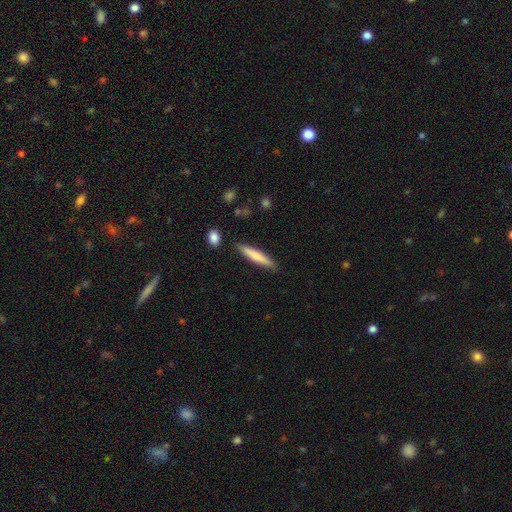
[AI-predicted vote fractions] A smooth galaxy with no disk features (73%) that is cigar-shaped (92%).

Vote fractions:
- Smooth or featured? smooth: 73% / featured or disk: 21% / star or artifact: 6%
- How rounded? cigar-shaped: 92% / in between: 7% / round: 1%
- Merging? none: 86% / minor disturbance: 9% / merger: 2% / major disturbance: 2%